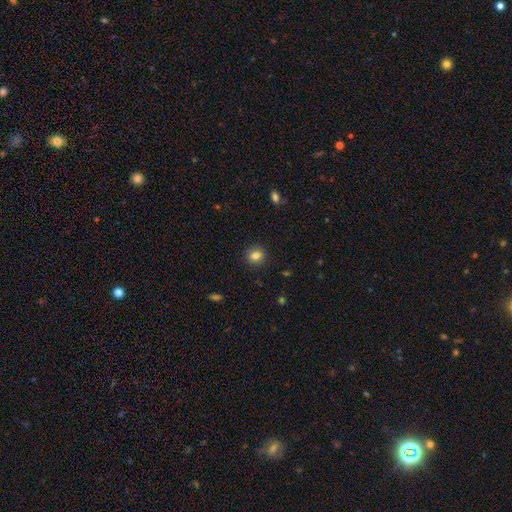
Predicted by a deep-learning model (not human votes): A smooth galaxy with no disk features (83%) that is round (80%). Merging: none (90%).